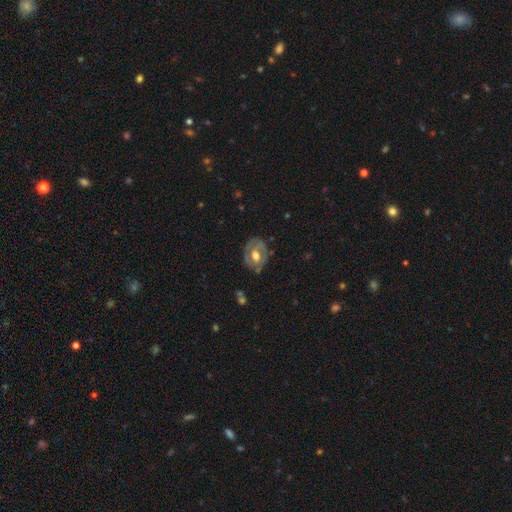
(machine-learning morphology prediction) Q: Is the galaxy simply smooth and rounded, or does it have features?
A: featured or disk — 63%.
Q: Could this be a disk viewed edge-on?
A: no — 95%.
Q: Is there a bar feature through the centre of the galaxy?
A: no — 59%.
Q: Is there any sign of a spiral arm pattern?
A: no — 55%.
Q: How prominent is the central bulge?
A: moderate — 62%.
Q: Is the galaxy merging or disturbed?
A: none — 71%.